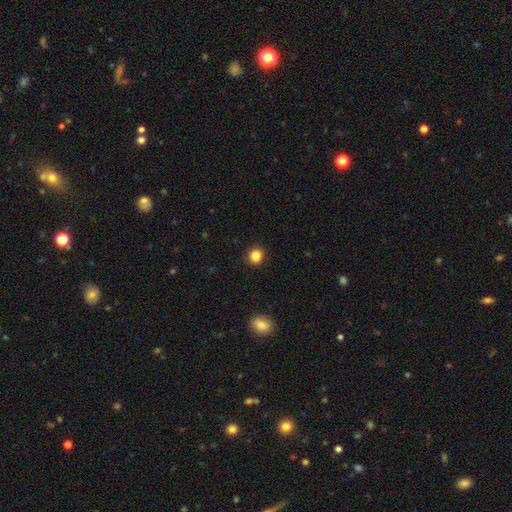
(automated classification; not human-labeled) Overall: smooth (86%). How rounded: round (81%). Merging: none (90%).